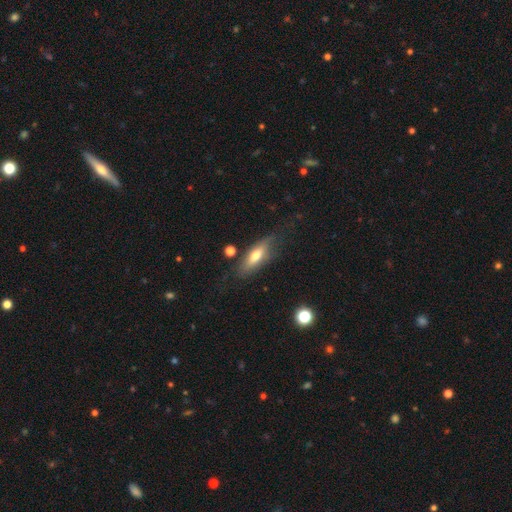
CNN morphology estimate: This appears to be a smooth galaxy with no disk features (58%) that is in between round and cigar-shaped (58%). Merging: none (64%).